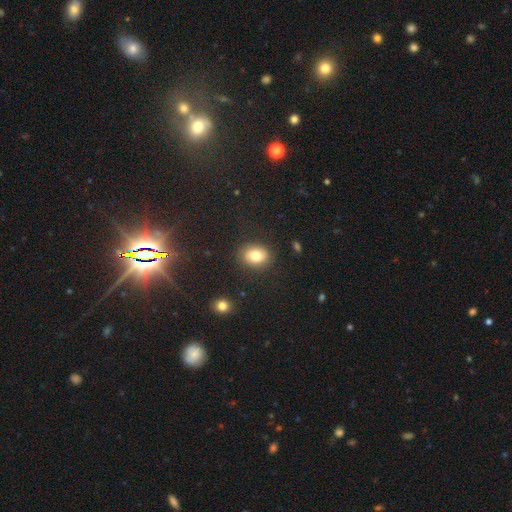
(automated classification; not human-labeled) Smooth or featured?
  - smooth: 77% *
  - featured or disk: 13%
  - star or artifact: 11%
How rounded?
  - in between: 56% *
  - round: 43%
  - cigar-shaped: 1%
Merging?
  - none: 84% *
  - minor disturbance: 11%
  - major disturbance: 4%
  - merger: 2%